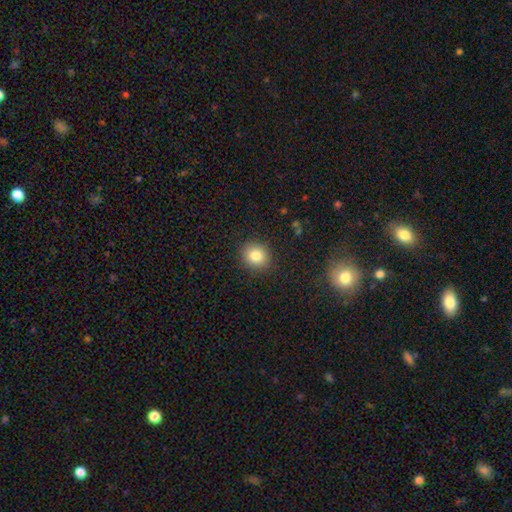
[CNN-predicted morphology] Smooth or featured?
  - smooth: 82% *
  - star or artifact: 11%
  - featured or disk: 7%
How rounded?
  - round: 78% *
  - in between: 21%
  - cigar-shaped: 1%
Merging?
  - none: 89% *
  - minor disturbance: 7%
  - major disturbance: 2%
  - merger: 1%